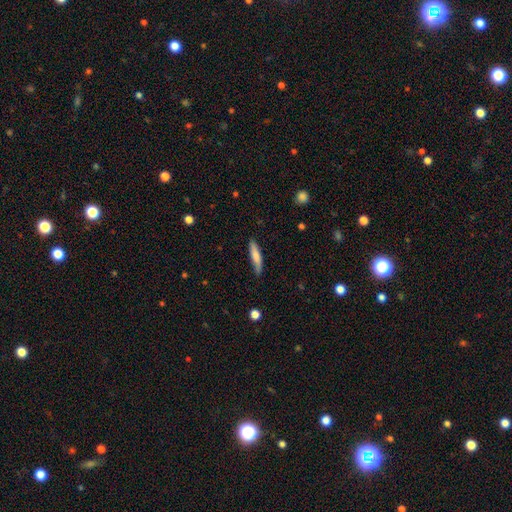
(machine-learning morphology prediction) Smooth or featured: smooth — 72% (featured or disk — 22%)
How rounded: cigar-shaped — 84% (in between — 14%)
Merging: none — 78% (minor disturbance — 18%)